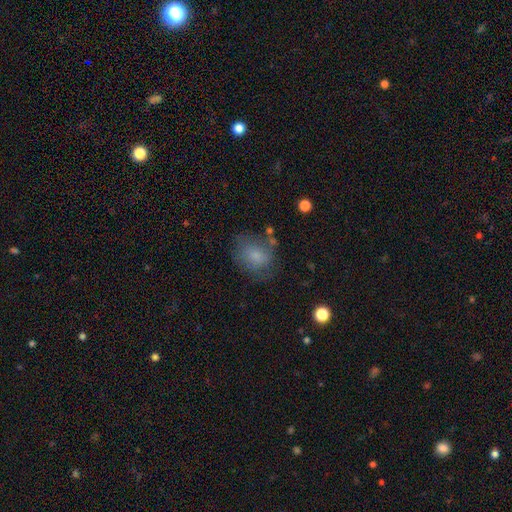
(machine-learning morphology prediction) type=smooth (70%); roundness=in between (50%); merging=none (57%).